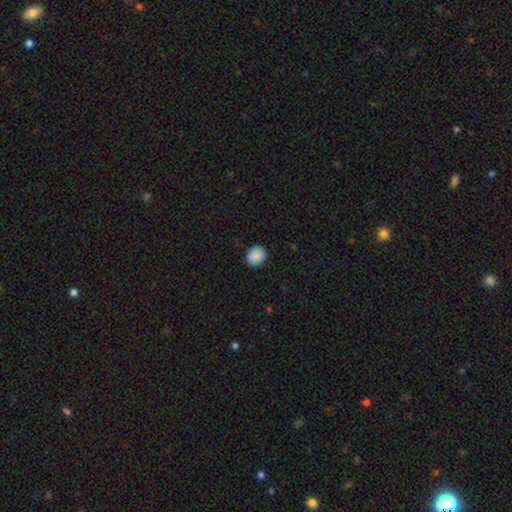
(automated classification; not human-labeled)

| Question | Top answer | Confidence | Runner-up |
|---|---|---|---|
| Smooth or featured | smooth | 89% | star or artifact (8%) |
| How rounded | round | 63% | in between (37%) |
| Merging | none | 89% | minor disturbance (8%) |